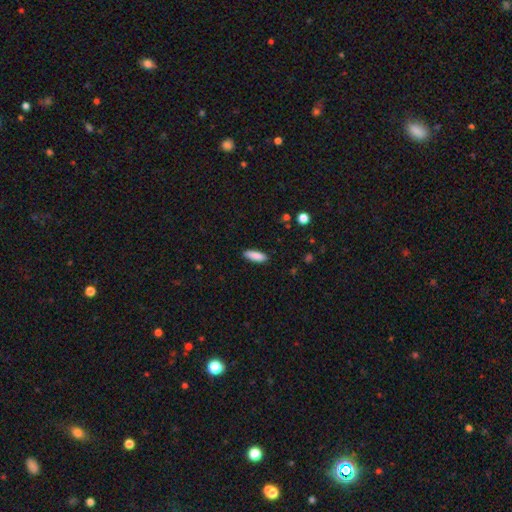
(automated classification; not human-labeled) Smooth or featured? Predicted: smooth (p=0.88). How rounded? Predicted: in between (p=0.58). Merging? Predicted: none (p=0.89).